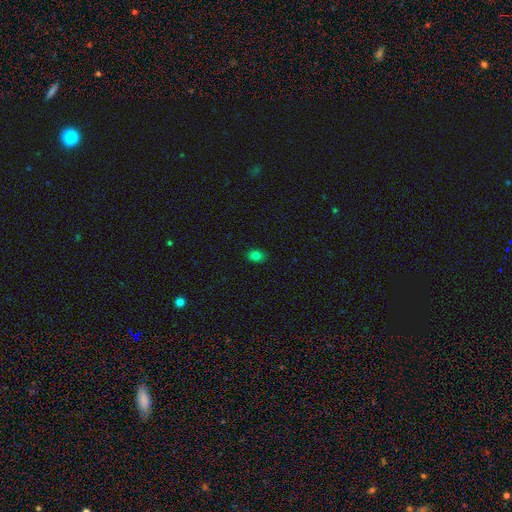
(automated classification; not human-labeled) Smooth or featured? Predicted: smooth (p=0.80). How rounded? Predicted: in between (p=0.63). Merging? Predicted: none (p=0.88).